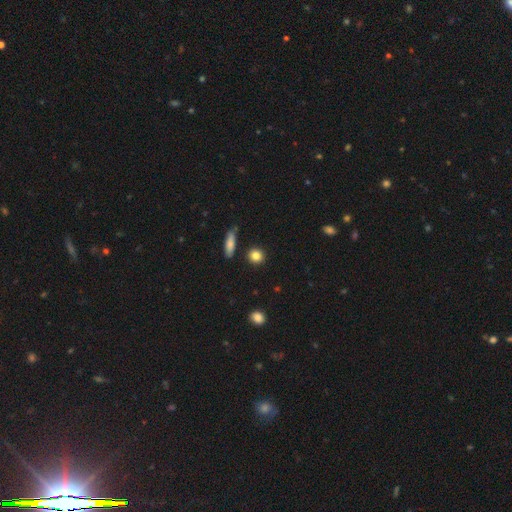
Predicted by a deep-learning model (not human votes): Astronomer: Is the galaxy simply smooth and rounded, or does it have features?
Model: smooth — 85%.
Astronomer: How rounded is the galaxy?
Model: round — 84%.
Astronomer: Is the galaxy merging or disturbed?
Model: none — 87%.